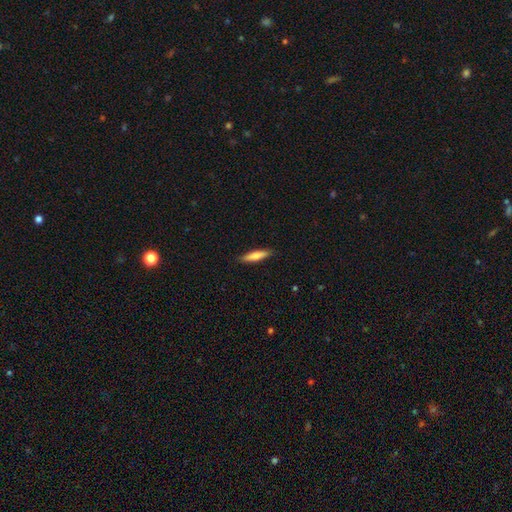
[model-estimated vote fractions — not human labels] smooth_or_featured: smooth (p=0.73) [alt: featured or disk p=0.21]
how_rounded: cigar-shaped (p=0.82) [alt: in between p=0.16]
merging: none (p=0.88) [alt: minor disturbance p=0.09]